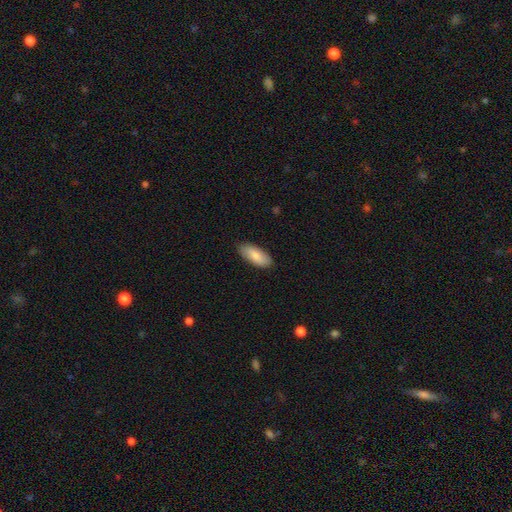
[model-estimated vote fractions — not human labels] This appears to be a smooth galaxy with no disk features (85%) that is in between round and cigar-shaped (85%). Merging: none (86%).